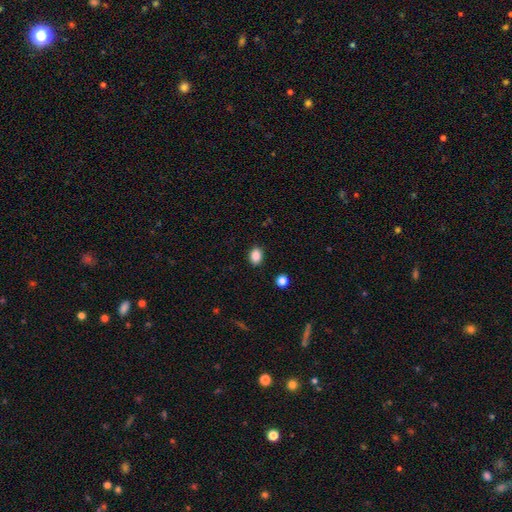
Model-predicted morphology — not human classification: smooth_or_featured: smooth (p=0.87) [alt: star or artifact p=0.10]
how_rounded: in between (p=0.66) [alt: round p=0.33]
merging: none (p=0.88) [alt: minor disturbance p=0.08]